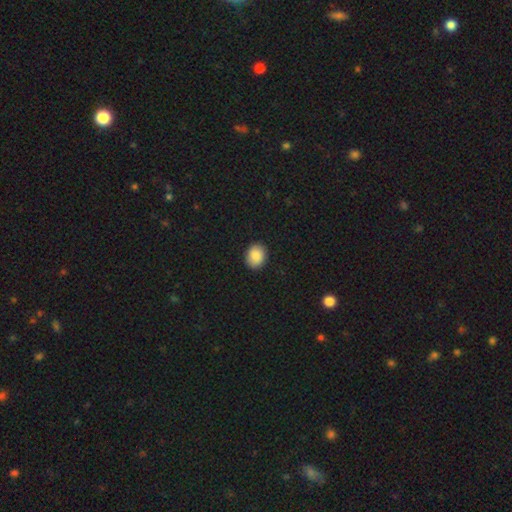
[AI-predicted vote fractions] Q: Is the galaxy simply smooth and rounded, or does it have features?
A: smooth — 88%.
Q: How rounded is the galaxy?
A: round — 51%.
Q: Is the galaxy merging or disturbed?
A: none — 91%.